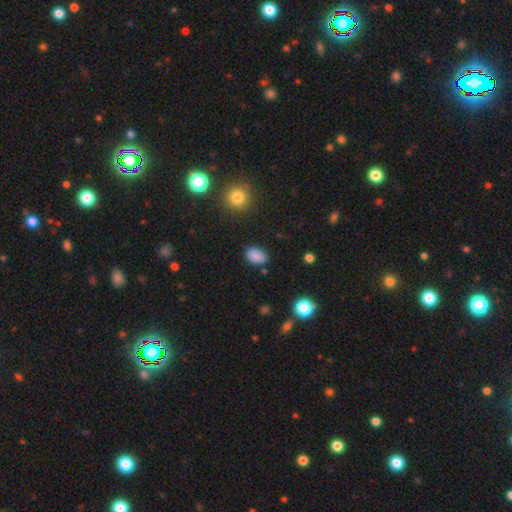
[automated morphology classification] This is clearly a smooth galaxy (85%). How rounded: clearly in between (86%). Merging: clearly none (81%).